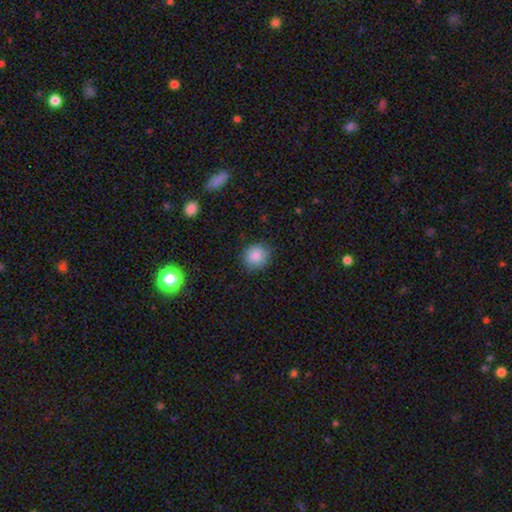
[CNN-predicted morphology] The model was most divided on "how rounded": round: 84%, in between: 15%, cigar-shaped: 1%. More confident: smooth or featured — smooth (87%); merging — none (86%).